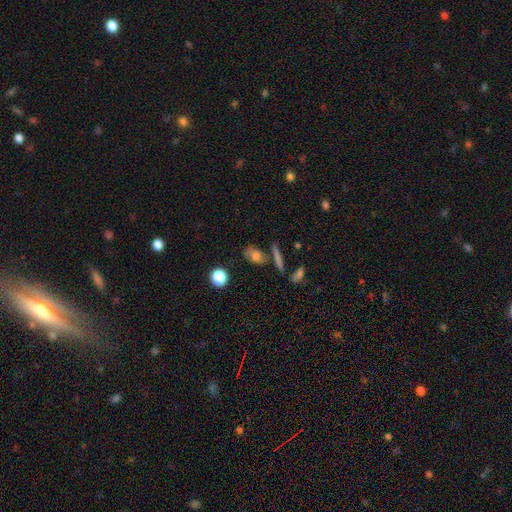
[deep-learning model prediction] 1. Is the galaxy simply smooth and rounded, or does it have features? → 68% smooth, 19% featured or disk, 13% star or artifact.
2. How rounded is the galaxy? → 62% in between, 27% round, 11% cigar-shaped.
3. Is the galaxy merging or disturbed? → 60% none, 19% minor disturbance, 12% merger, 9% major disturbance.